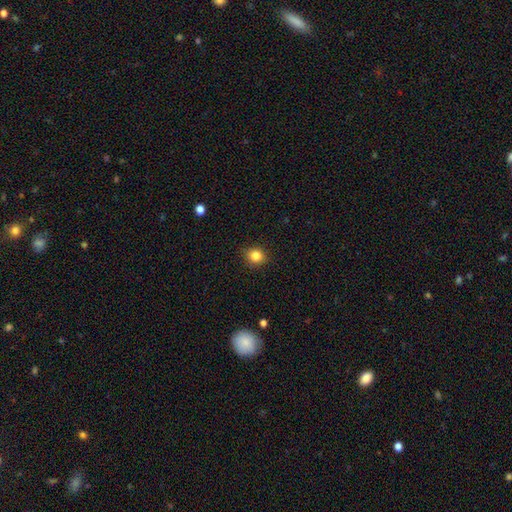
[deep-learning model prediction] A smooth galaxy with no disk features (83%) that is round (80%).

Vote fractions:
- Smooth or featured? smooth: 83% / star or artifact: 11% / featured or disk: 5%
- How rounded? round: 80% / in between: 19% / cigar-shaped: 1%
- Merging? none: 89% / minor disturbance: 8% / major disturbance: 2% / merger: 1%